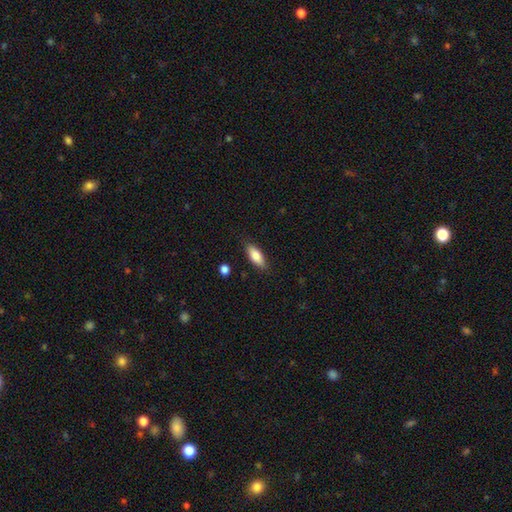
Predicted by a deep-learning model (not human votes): Smooth or featured?
  - smooth: 82% *
  - featured or disk: 11%
  - star or artifact: 6%
How rounded?
  - in between: 75% *
  - cigar-shaped: 23%
  - round: 2%
Merging?
  - none: 85% *
  - minor disturbance: 11%
  - major disturbance: 2%
  - merger: 2%